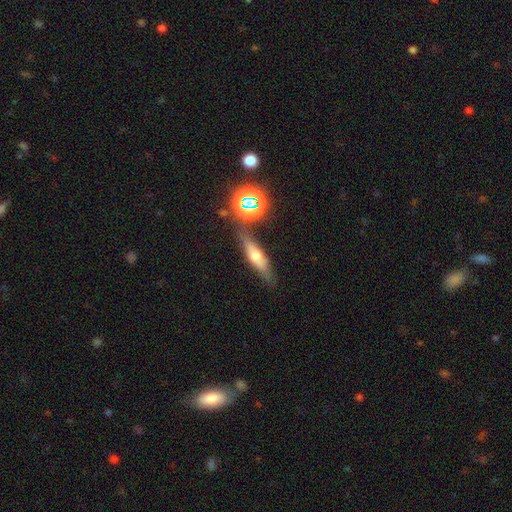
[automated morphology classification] This appears to be a featured or disk galaxy (43%). Merging: none (72%).